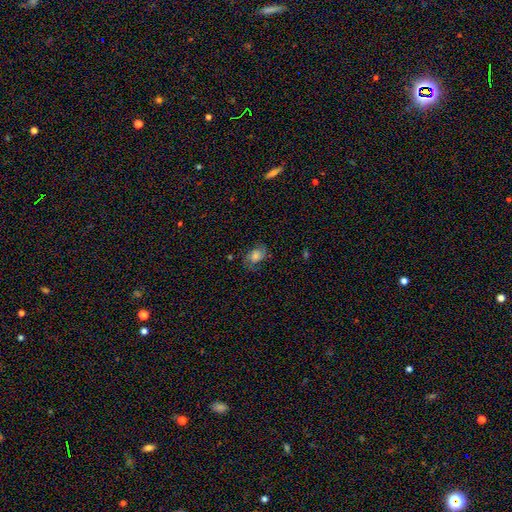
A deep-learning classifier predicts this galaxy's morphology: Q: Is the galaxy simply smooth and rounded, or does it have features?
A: smooth — 46%.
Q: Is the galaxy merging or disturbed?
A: none — 65%.